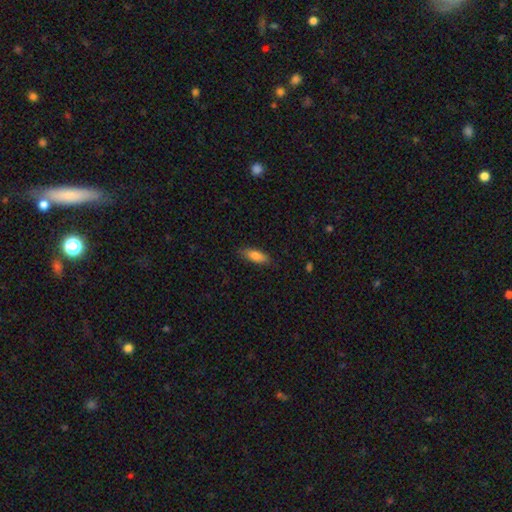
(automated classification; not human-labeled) Smooth or featured?
  - smooth: 82% *
  - featured or disk: 12%
  - star or artifact: 7%
How rounded?
  - in between: 69% *
  - cigar-shaped: 29%
  - round: 2%
Merging?
  - none: 84% *
  - minor disturbance: 12%
  - major disturbance: 2%
  - merger: 1%